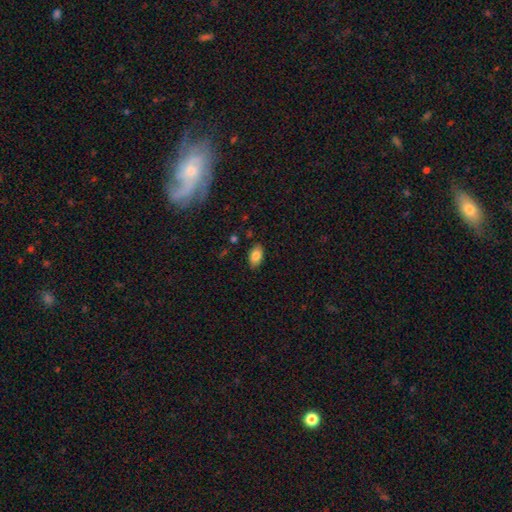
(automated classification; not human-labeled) A smooth galaxy with no disk features (82%) that is in between round and cigar-shaped (91%). Merging: none (85%).